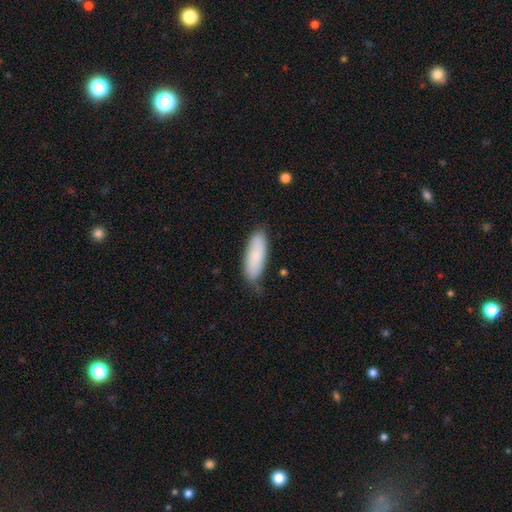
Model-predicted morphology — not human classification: Smooth or featured? smooth (83%)
How rounded? in between (64%)
Merging? none (72%)